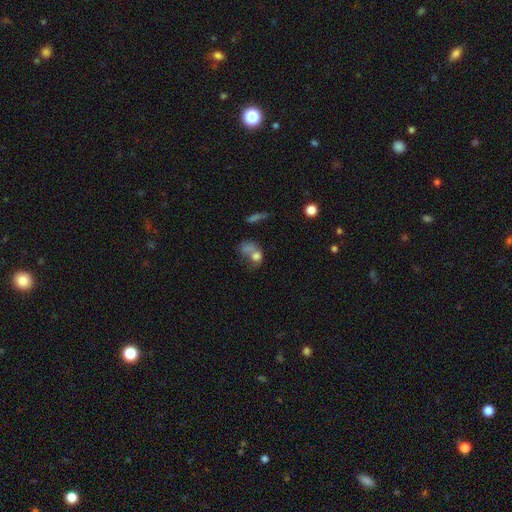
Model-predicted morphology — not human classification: Smooth or featured?
  - smooth: 65% *
  - featured or disk: 22%
  - star or artifact: 13%
How rounded?
  - in between: 52% *
  - round: 46%
  - cigar-shaped: 3%
Merging?
  - merger: 50% *
  - none: 21%
  - major disturbance: 18%
  - minor disturbance: 10%